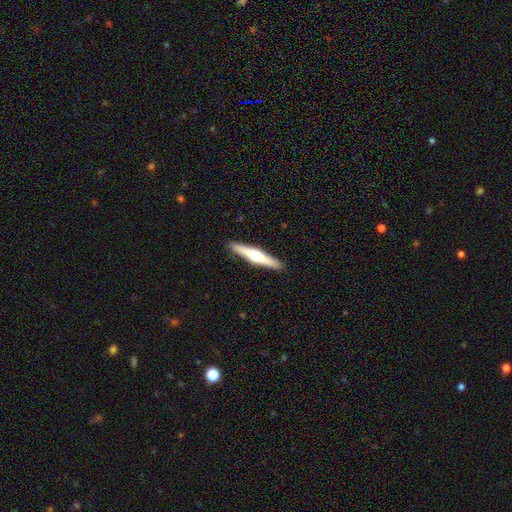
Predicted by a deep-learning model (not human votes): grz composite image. It shows a featured or disk galaxy (58%) viewed edge-on (97%) with a rounded central bulge (92%). Merging: none (92%).